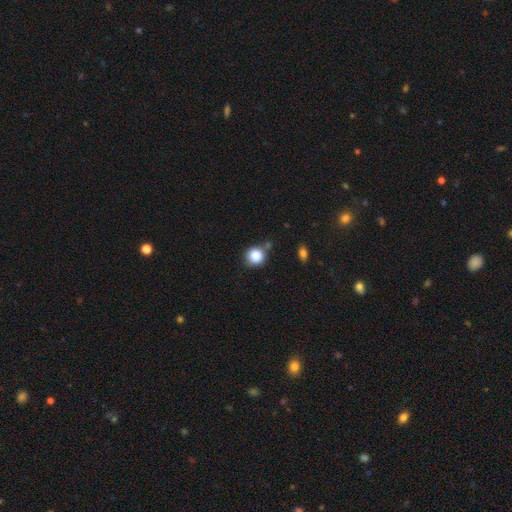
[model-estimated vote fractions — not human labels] Overall: smooth (86%). How rounded: round (91%). Merging: none (71%).